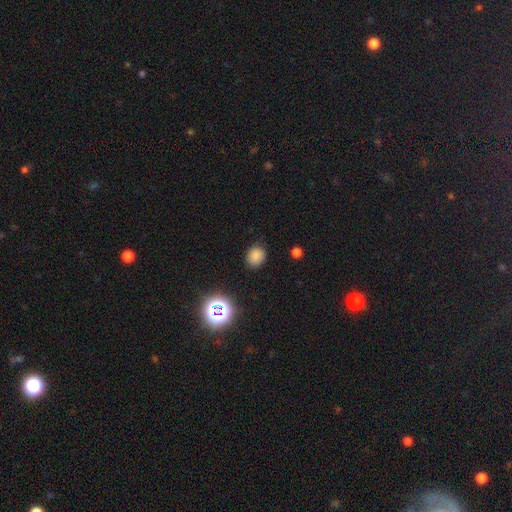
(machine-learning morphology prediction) Smooth or featured: smooth — 79% (star or artifact — 15%)
How rounded: round — 57% (in between — 42%)
Merging: none — 83% (minor disturbance — 13%)